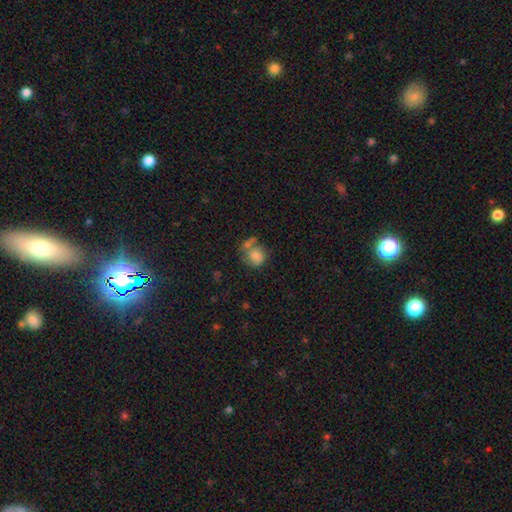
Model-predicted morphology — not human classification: A smooth galaxy with no disk features (72%) that is round (68%). Merging: merger (34%, tied with none).